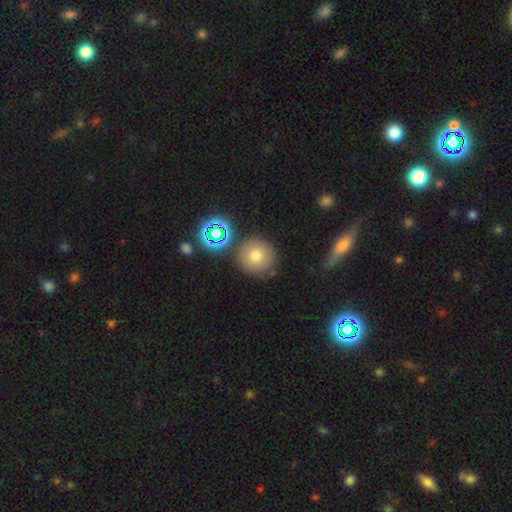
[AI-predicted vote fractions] Smooth or featured? Predicted: smooth (p=0.73). How rounded? Predicted: round (p=0.93). Merging? Predicted: none (p=0.78).